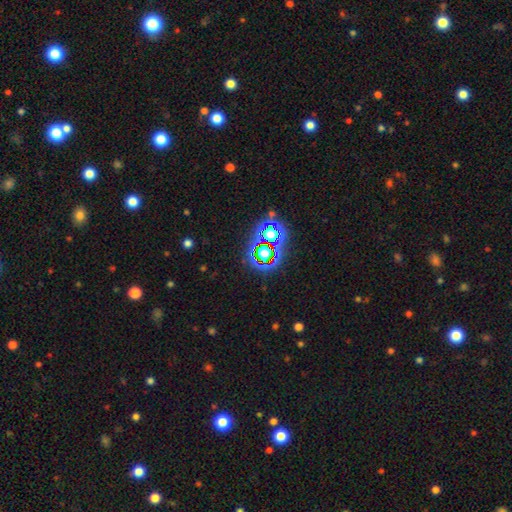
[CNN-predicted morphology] A star or artifact, not a galaxy (75%).